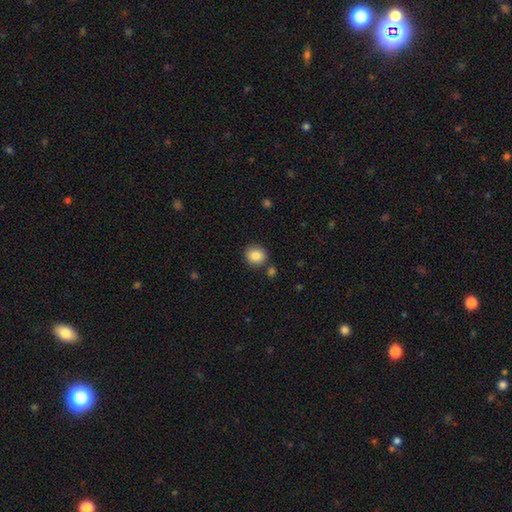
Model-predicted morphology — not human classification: This is clearly a smooth galaxy (86%). How rounded: likely round (80%). Merging: clearly none (84%).